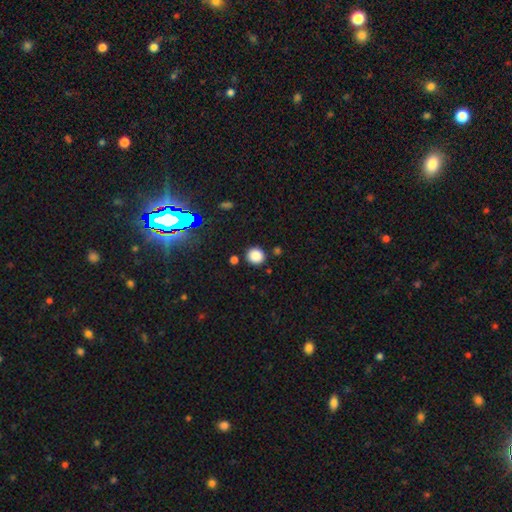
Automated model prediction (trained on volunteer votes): smooth_or_featured: smooth (p=0.83) [alt: star or artifact p=0.13]
how_rounded: round (p=0.89) [alt: in between p=0.10]
merging: none (p=0.85) [alt: minor disturbance p=0.08]